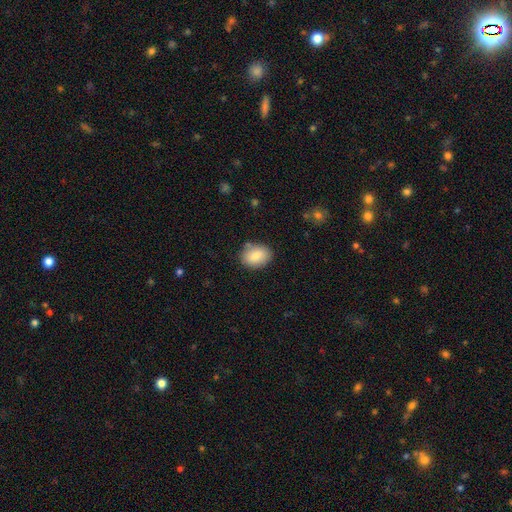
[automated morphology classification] Smooth or featured: smooth — 83% (featured or disk — 10%)
How rounded: in between — 63% (round — 36%)
Merging: none — 82% (minor disturbance — 13%)